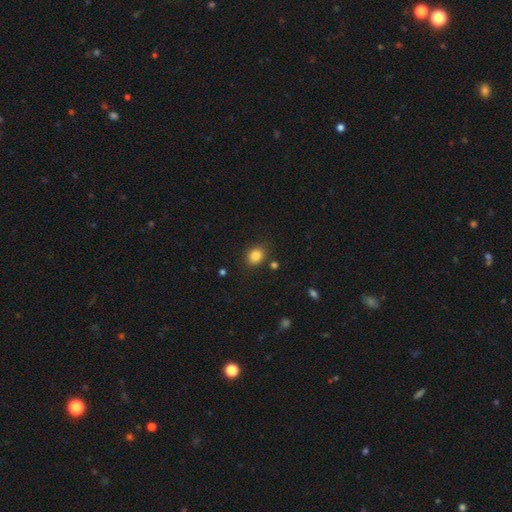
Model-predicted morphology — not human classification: This appears to be a smooth galaxy with no disk features (84%) that is round (53%). Merging: none (83%).